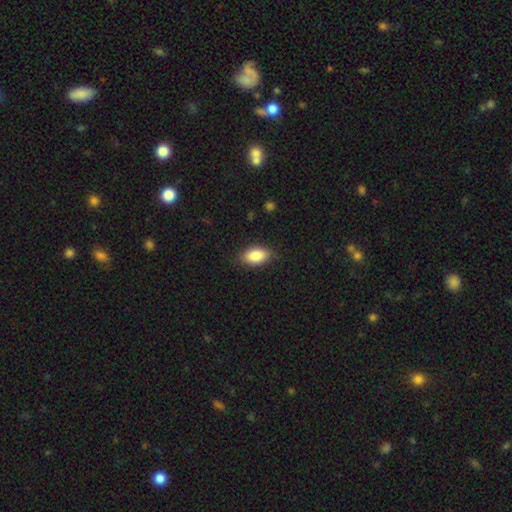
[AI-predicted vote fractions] Morphology: type=smooth (87%); roundness=in between (92%); merging=none (83%).